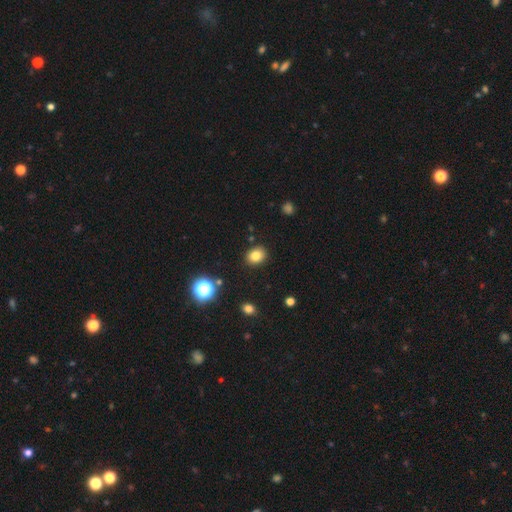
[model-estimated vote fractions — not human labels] smooth_or_featured: smooth (p=0.80) [alt: star or artifact p=0.12]
how_rounded: round (p=0.57) [alt: in between p=0.42]
merging: none (p=0.88) [alt: minor disturbance p=0.08]